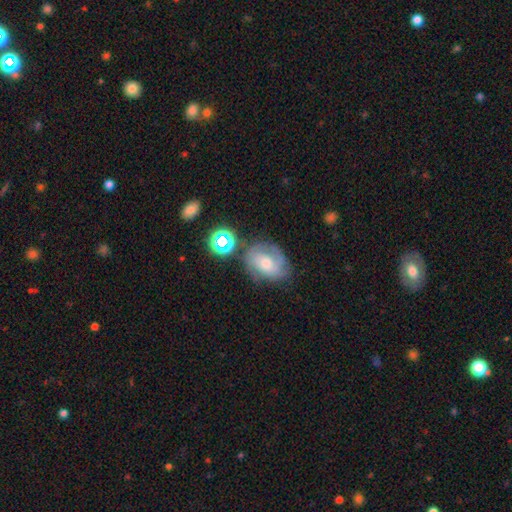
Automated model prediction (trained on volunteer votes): Smooth or featured? featured or disk (62%)
Edge-on disk? no (96%)
Bar? no (59%)
Spiral arms? yes (86%)
Spiral winding? tight (49%)
Spiral arm count? can't tell (36%, tied with 2)
Bulge size? moderate (54%)
Merging? none (63%)